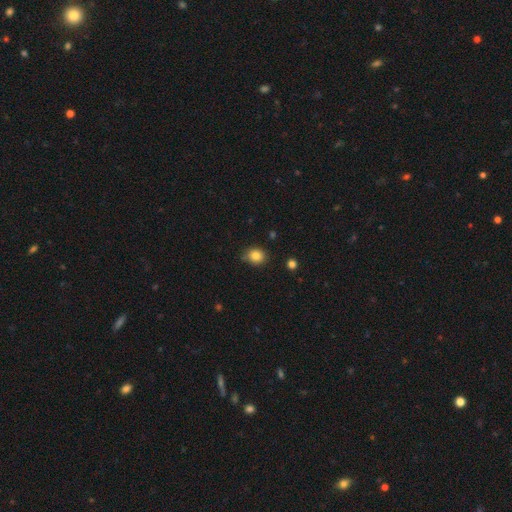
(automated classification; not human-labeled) Overall: smooth (84%). How rounded: round (68%; in between 31%). Merging: none (77%).